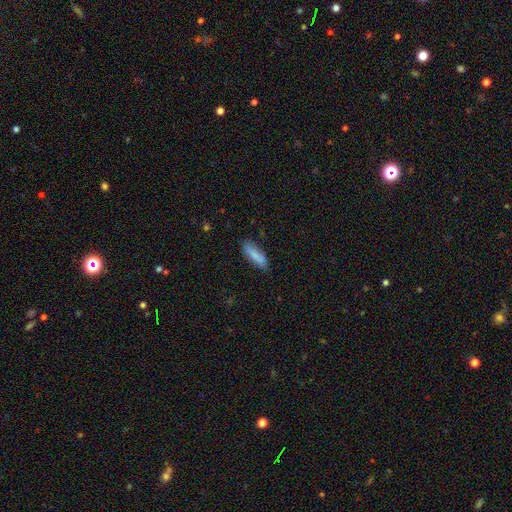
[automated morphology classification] Smooth or featured? Predicted: smooth (p=0.82). How rounded? Predicted: cigar-shaped (p=0.52). Merging? Predicted: none (p=0.73).